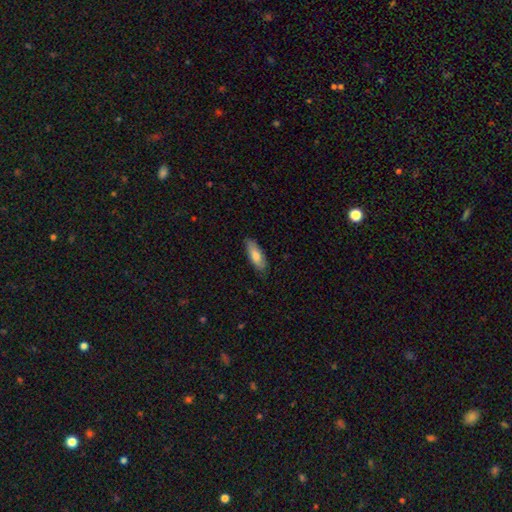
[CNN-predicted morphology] smooth_or_featured: smooth (p=0.78) [alt: featured or disk p=0.17]
how_rounded: in between (p=0.65) [alt: cigar-shaped p=0.34]
merging: none (p=0.82) [alt: minor disturbance p=0.14]